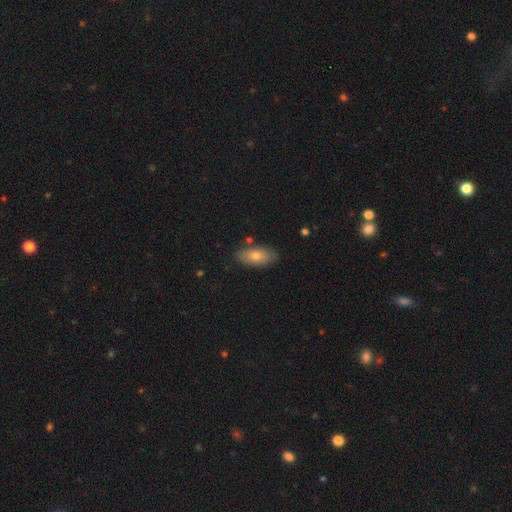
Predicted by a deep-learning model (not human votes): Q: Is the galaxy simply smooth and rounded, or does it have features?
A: smooth — 76%.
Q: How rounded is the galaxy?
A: in between — 88%.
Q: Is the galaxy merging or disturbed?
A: none — 83%.